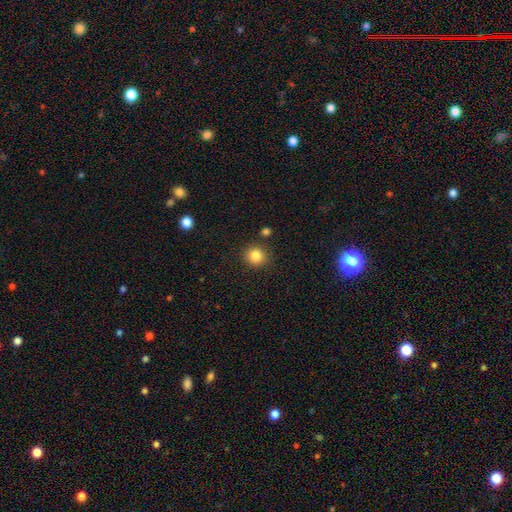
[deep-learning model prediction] Morphology: type=smooth (84%); roundness=round (87%); merging=none (86%).